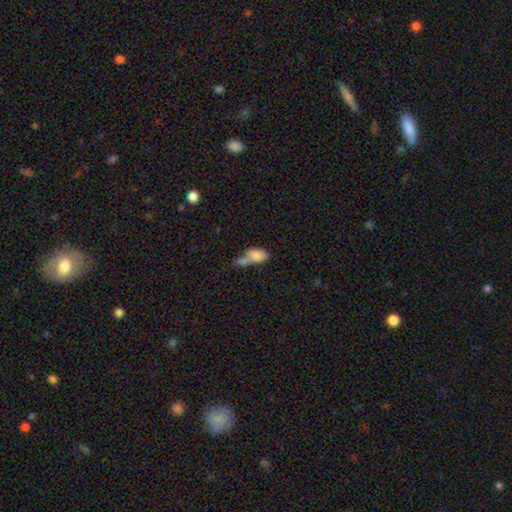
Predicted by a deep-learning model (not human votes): smooth 79%, featured or disk 12%, star or artifact 9%. Down the decision tree: how rounded — in between (87%); merging — merger (58%).